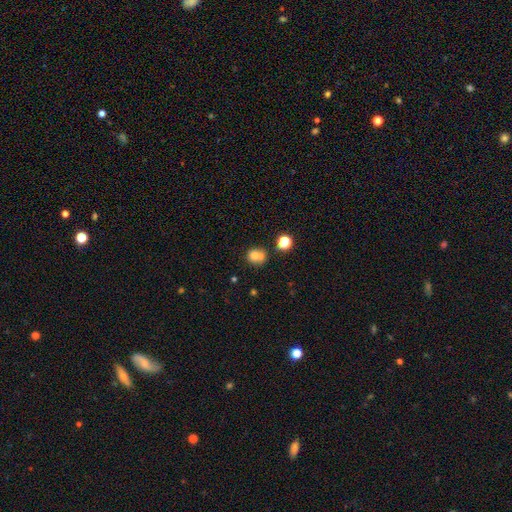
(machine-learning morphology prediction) type=smooth (74%); roundness=round (80%); merging=merger (44%).